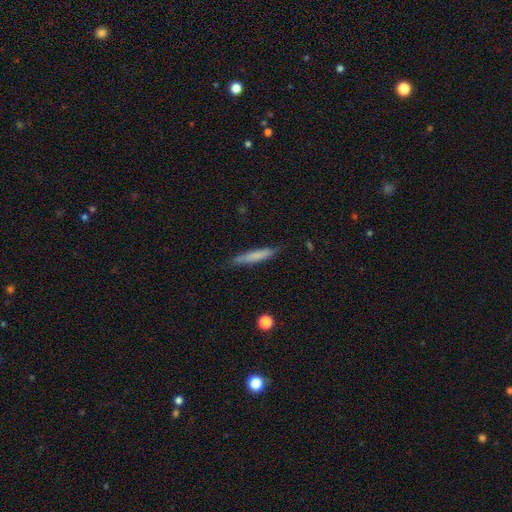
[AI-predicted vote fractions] Morphology: type=smooth (71%); roundness=cigar-shaped (93%); merging=none (83%).